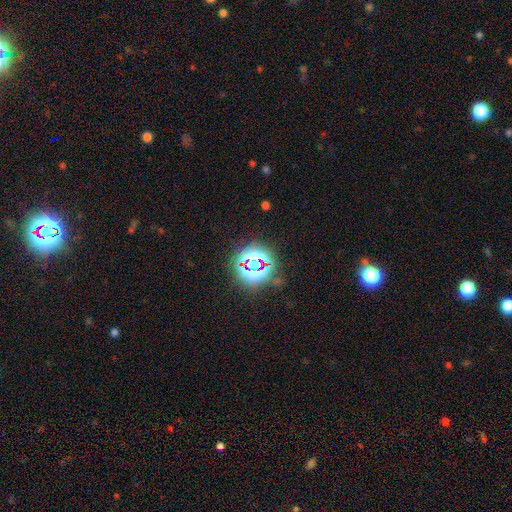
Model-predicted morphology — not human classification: smooth-or-featured: star or artifact: 70% | smooth: 20% | featured or disk: 9%